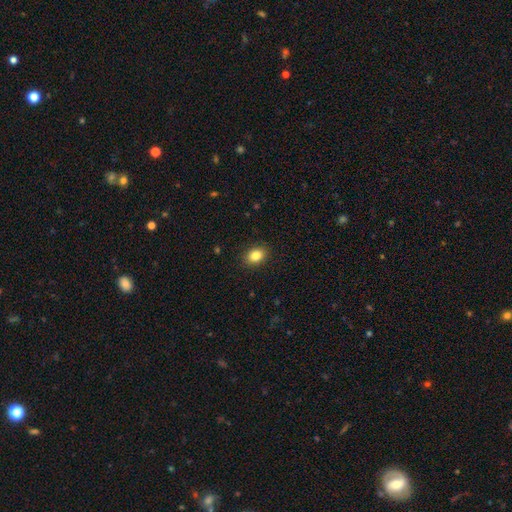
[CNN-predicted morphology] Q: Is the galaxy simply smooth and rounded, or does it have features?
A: smooth — 84%.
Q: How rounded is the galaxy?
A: in between — 68%.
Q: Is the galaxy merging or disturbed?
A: none — 89%.